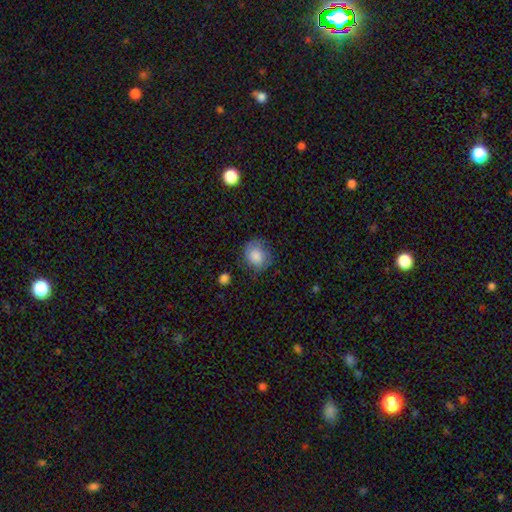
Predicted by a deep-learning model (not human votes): Smooth or featured? Predicted: smooth (p=0.78). How rounded? Predicted: round (p=0.68). Merging? Predicted: none (p=0.69).